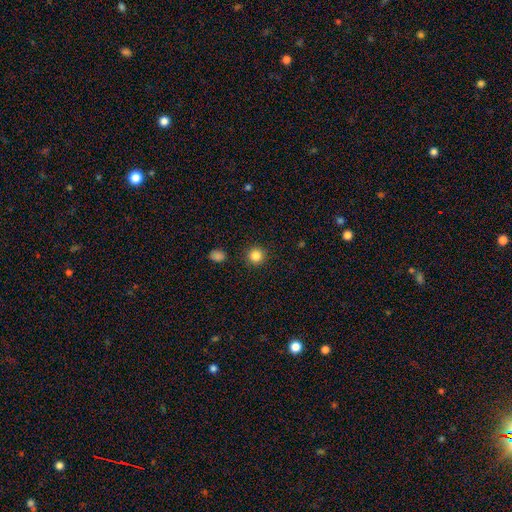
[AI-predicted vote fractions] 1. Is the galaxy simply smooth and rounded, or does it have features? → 84% smooth, 11% star or artifact, 4% featured or disk.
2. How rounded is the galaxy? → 95% round, 4% in between, 1% cigar-shaped.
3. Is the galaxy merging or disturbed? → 92% none, 5% minor disturbance, 2% major disturbance, 2% merger.